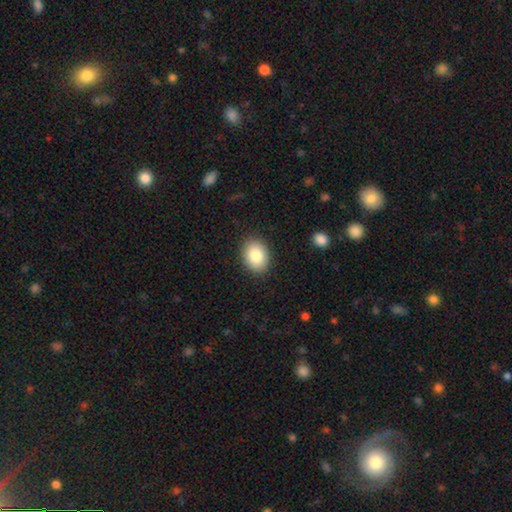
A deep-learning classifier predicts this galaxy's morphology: smooth 84%, featured or disk 9%, star or artifact 8%. Down the decision tree: how rounded — in between (70%); merging — none (89%).